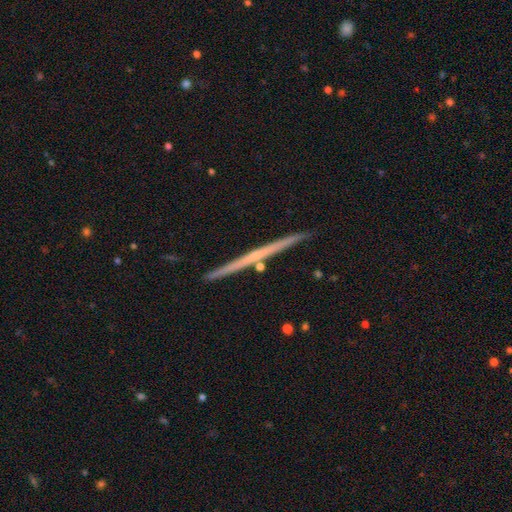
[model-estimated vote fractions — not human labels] Smooth or featured? Predicted: featured or disk (p=0.62). Edge-on disk? Predicted: yes (p=0.98). Edge-on bulge? Predicted: none (p=0.86). Merging? Predicted: none (p=0.89).